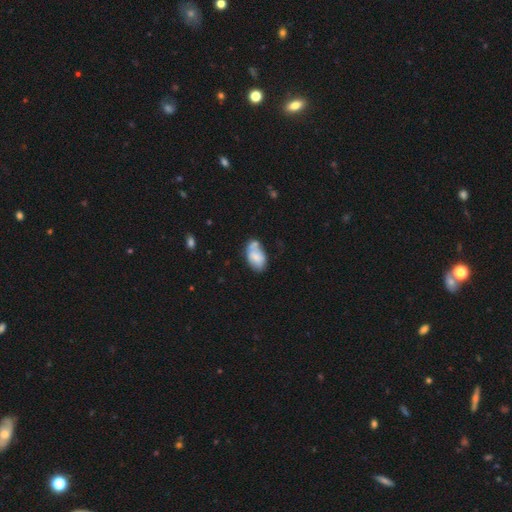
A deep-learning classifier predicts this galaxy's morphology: A smooth galaxy with no disk features (68%) that is in between round and cigar-shaped (92%).

Vote fractions:
- Smooth or featured? smooth: 68% / featured or disk: 25% / star or artifact: 7%
- How rounded? in between: 92% / round: 6% / cigar-shaped: 2%
- Merging? none: 42% / minor disturbance: 27% / merger: 22% / major disturbance: 8%